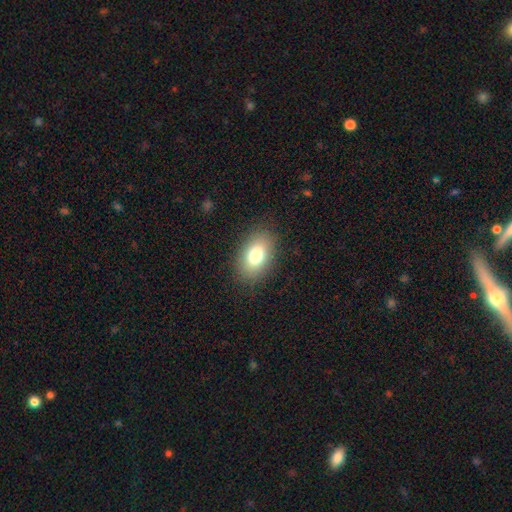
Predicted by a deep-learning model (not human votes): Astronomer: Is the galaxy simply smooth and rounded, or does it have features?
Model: smooth — 78%.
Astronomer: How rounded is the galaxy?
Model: in between — 88%.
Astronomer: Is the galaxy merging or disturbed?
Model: none — 85%.